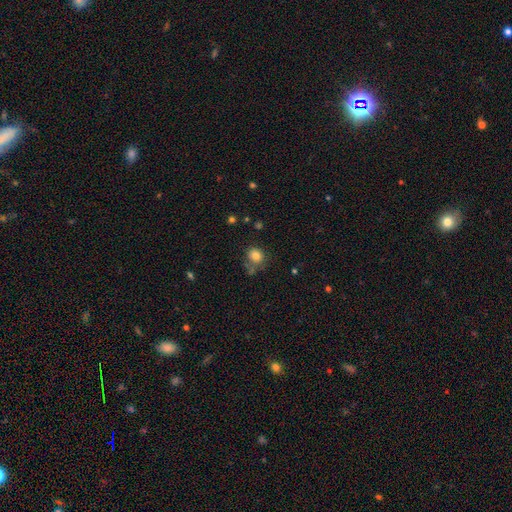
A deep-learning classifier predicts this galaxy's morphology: smooth_or_featured: smooth (p=0.81) [alt: star or artifact p=0.11]
how_rounded: round (p=0.73) [alt: in between p=0.27]
merging: none (p=0.61) [alt: minor disturbance p=0.19]